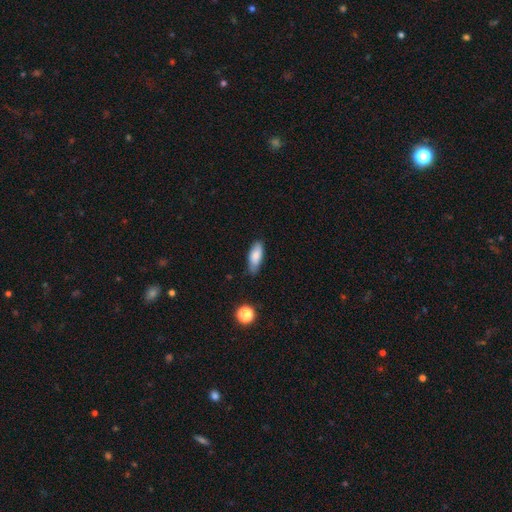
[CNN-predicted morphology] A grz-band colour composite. It shows a smooth galaxy with no disk features (83%) that is in between round and cigar-shaped (75%). Merging: none (74%).